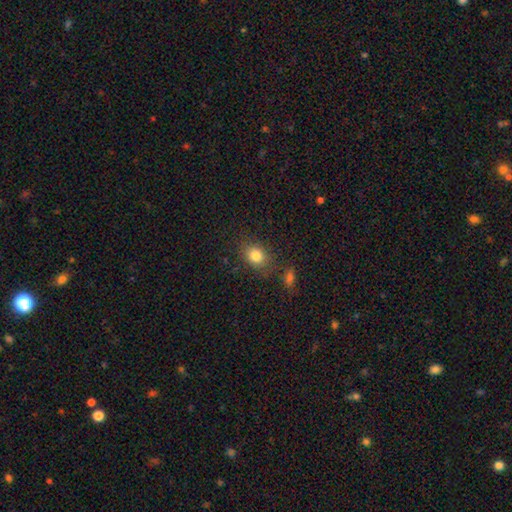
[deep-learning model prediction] Smooth or featured?
  - smooth: 82% *
  - star or artifact: 10%
  - featured or disk: 7%
How rounded?
  - in between: 52% *
  - round: 47%
  - cigar-shaped: 1%
Merging?
  - none: 78% *
  - minor disturbance: 12%
  - merger: 5%
  - major disturbance: 4%